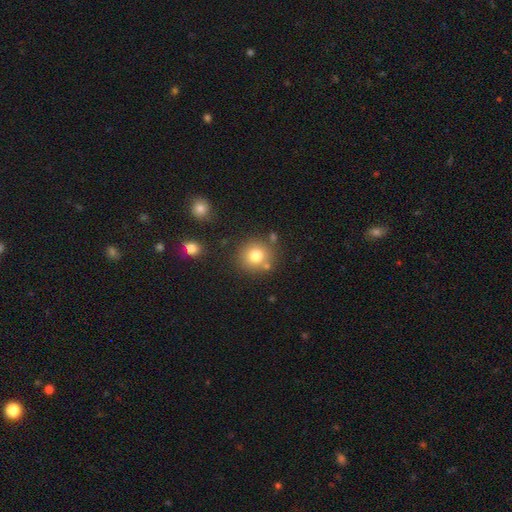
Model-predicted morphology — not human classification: Smooth or featured? smooth (78%)
How rounded? round (90%)
Merging? none (77%)